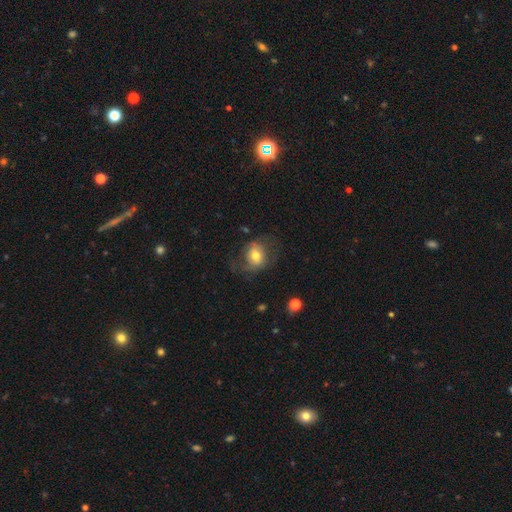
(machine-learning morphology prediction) smooth 55%, featured or disk 37%, star or artifact 8%. Down the decision tree: how rounded — round (53%); merging — none (53%).